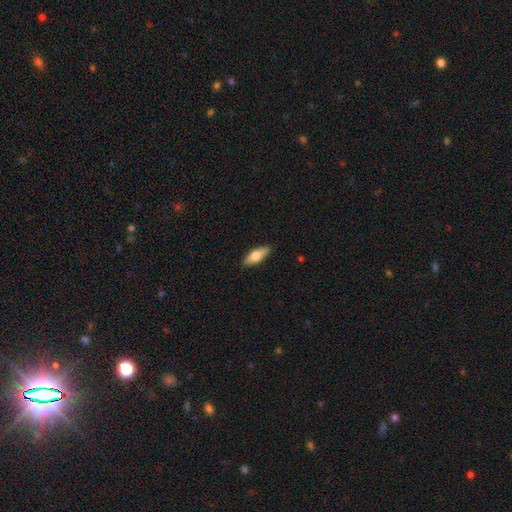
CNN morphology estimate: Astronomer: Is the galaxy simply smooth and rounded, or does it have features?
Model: smooth — 70%.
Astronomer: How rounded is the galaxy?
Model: in between — 66%.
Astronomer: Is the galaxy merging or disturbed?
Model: none — 87%.